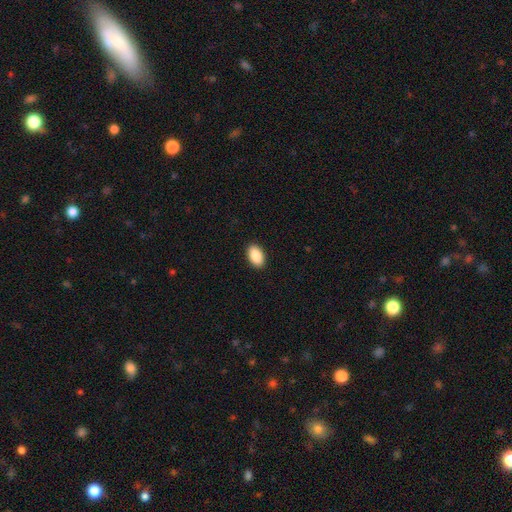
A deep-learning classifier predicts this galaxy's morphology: Smooth or featured?
  - smooth: 90% *
  - star or artifact: 7%
  - featured or disk: 3%
How rounded?
  - in between: 93% *
  - round: 5%
  - cigar-shaped: 1%
Merging?
  - none: 91% *
  - minor disturbance: 7%
  - major disturbance: 2%
  - merger: 1%